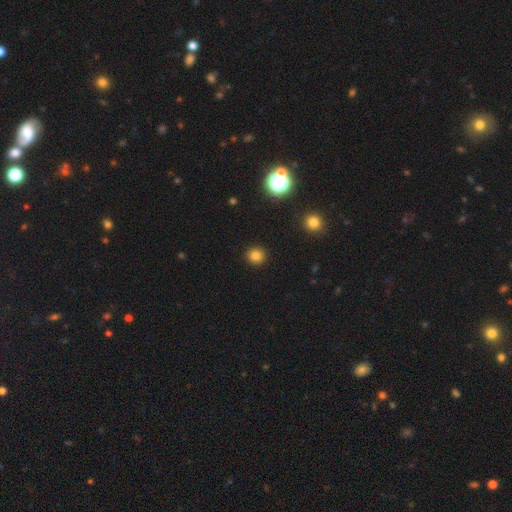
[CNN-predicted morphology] type=smooth (81%); roundness=round (92%); merging=none (93%).